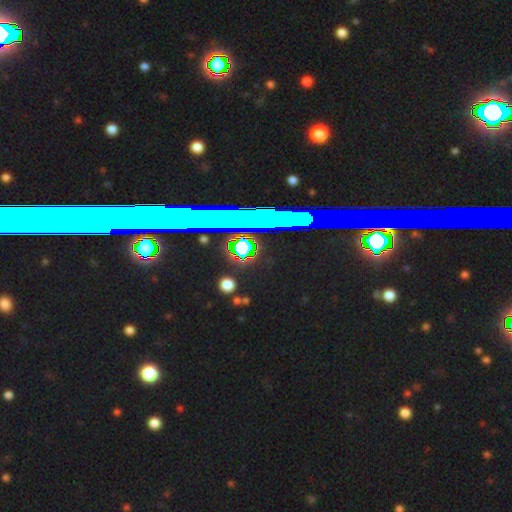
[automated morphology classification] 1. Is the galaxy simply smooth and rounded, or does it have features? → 71% star or artifact, 16% featured or disk, 12% smooth.